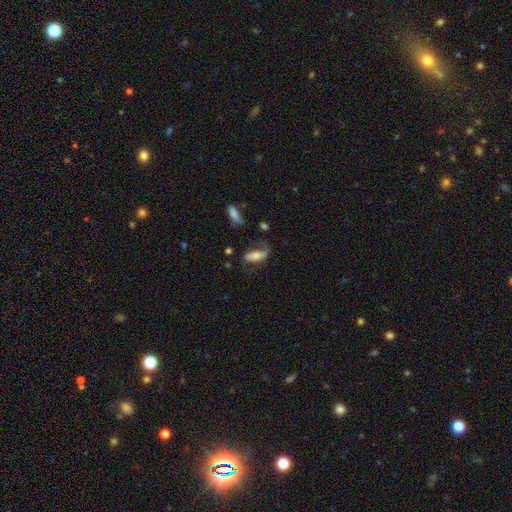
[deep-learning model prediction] This appears to be a smooth galaxy with no disk features (52%) that is in between round and cigar-shaped (76%). Merging: none (44%).